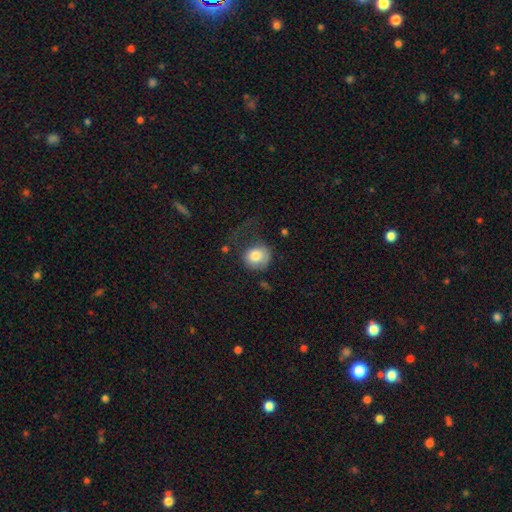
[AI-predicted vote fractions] A smooth galaxy with no disk features (80%) that is round (82%). Merging: none (39%).